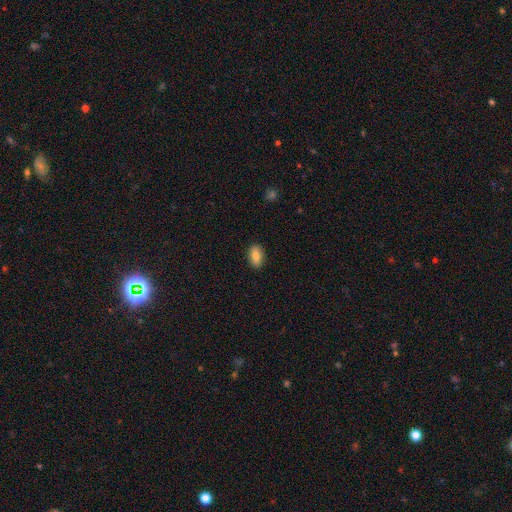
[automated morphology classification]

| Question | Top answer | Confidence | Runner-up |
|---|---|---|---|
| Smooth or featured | smooth | 83% | featured or disk (9%) |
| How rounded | in between | 90% | round (7%) |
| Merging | none | 89% | minor disturbance (9%) |